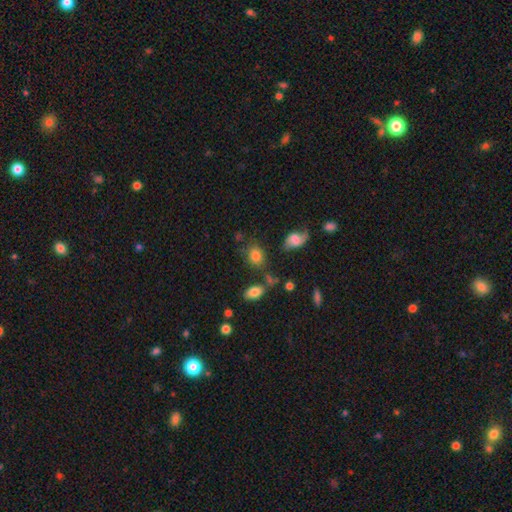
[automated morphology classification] Smooth or featured: smooth — 81% (star or artifact — 10%)
How rounded: in between — 51% (round — 48%)
Merging: none — 68% (minor disturbance — 17%)